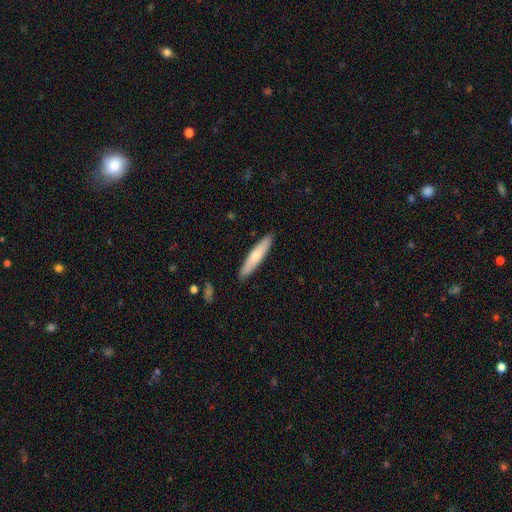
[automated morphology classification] Overall: smooth (67%; featured or disk 28%). How rounded: cigar-shaped (88%). Merging: none (90%).